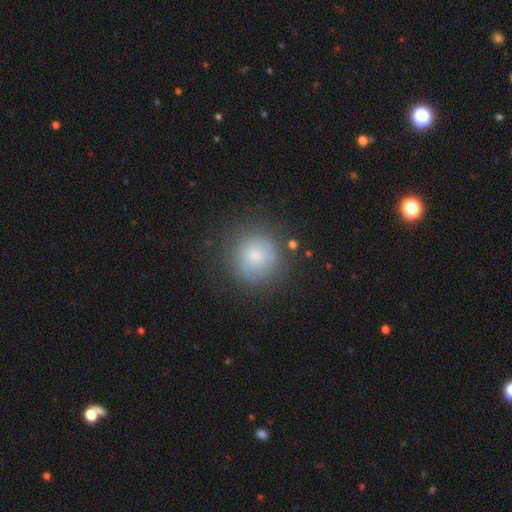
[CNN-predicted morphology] smooth-or-featured: smooth: 70% | featured or disk: 20% | star or artifact: 10%
  how-rounded: round: 93% | in between: 6% | cigar-shaped: 1%
  merging: none: 75% | minor disturbance: 16% | major disturbance: 7% | merger: 2%